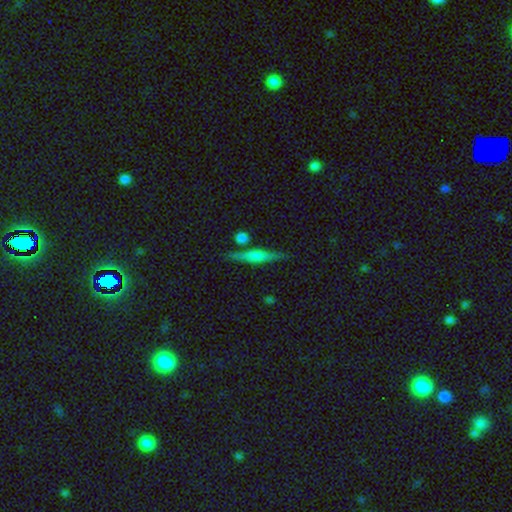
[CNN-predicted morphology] smooth-or-featured: featured or disk: 58% | smooth: 35% | star or artifact: 8%
  disk-edge-on: yes: 96% | no: 4%
    edge-on-bulge: rounded: 61% | boxy: 25% | none: 14%
  merging: none: 82% | minor disturbance: 9% | merger: 6% | major disturbance: 3%